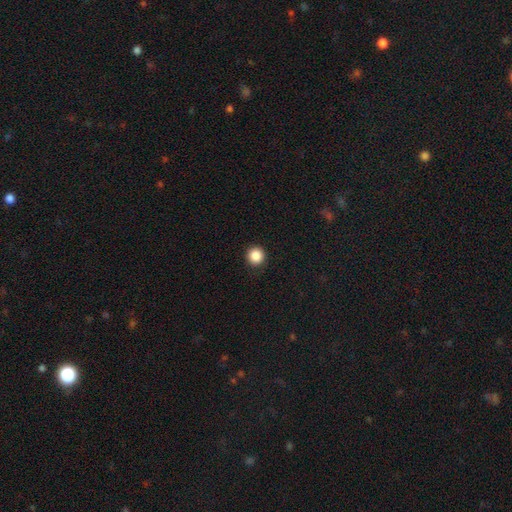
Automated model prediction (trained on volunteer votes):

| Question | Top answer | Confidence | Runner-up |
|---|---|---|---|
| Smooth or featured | smooth | 87% | star or artifact (10%) |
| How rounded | round | 95% | in between (4%) |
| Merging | none | 92% | minor disturbance (5%) |